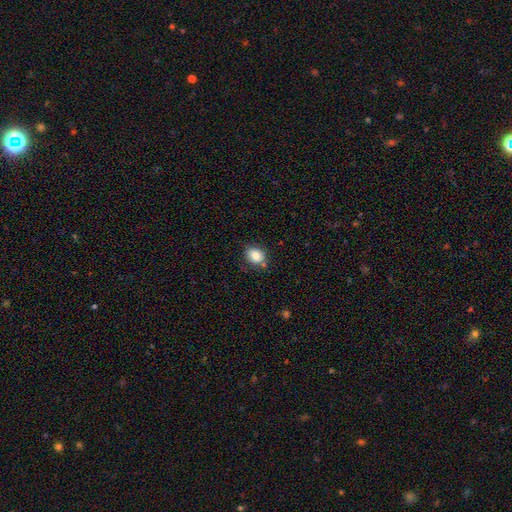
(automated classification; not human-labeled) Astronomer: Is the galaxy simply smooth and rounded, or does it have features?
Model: smooth — 83%.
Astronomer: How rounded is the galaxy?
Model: round — 51% (runner-up: in between, 48%).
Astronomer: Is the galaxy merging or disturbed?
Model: none — 73%.